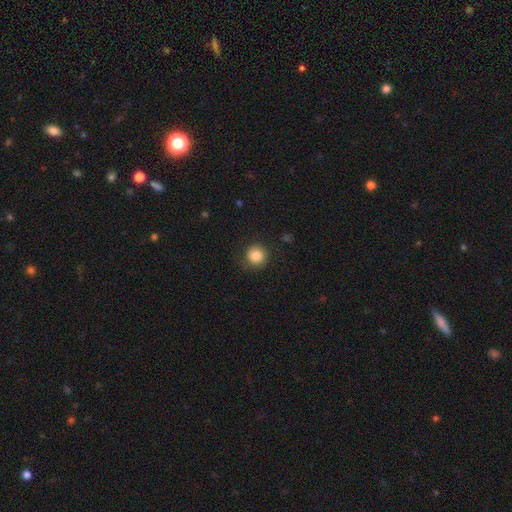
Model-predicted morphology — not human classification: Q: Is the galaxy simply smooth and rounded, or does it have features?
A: smooth — 85%.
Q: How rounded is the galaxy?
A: round — 93%.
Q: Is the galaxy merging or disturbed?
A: none — 84%.